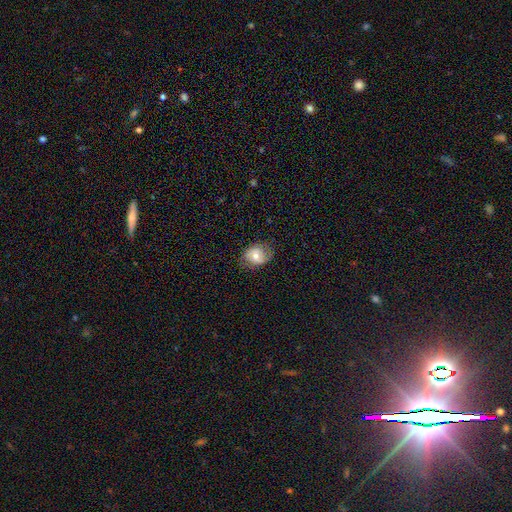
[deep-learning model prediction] Smooth or featured? Predicted: smooth (p=0.56). How rounded? Predicted: in between (p=0.53). Merging? Predicted: none (p=0.68).